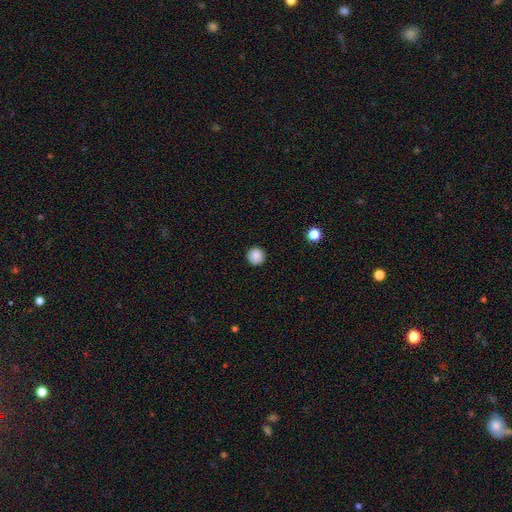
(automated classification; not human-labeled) smooth-or-featured: smooth: 88% | star or artifact: 9% | featured or disk: 3%
  how-rounded: round: 95% | in between: 4% | cigar-shaped: 1%
  merging: none: 92% | minor disturbance: 6% | major disturbance: 2% | merger: 1%